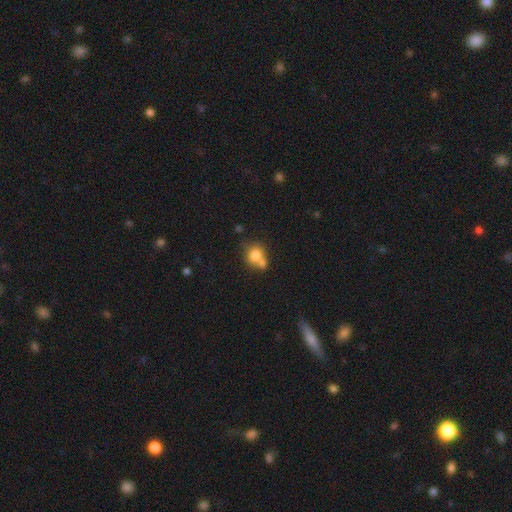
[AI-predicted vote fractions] Smooth or featured? Predicted: smooth (p=0.77). How rounded? Predicted: round (p=0.75). Merging? Predicted: merger (p=0.45).